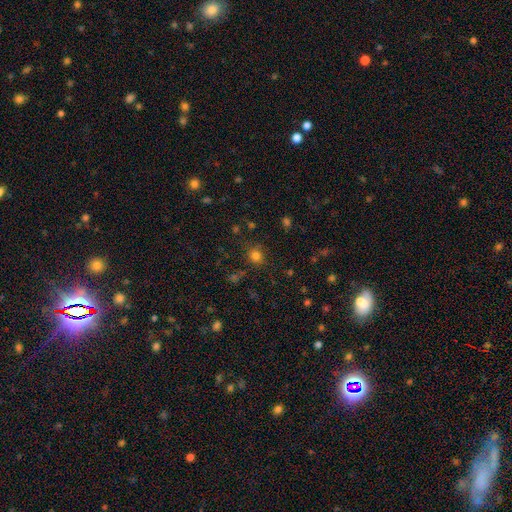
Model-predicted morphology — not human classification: A smooth galaxy with no disk features (77%) that is round (84%). Merging: none (81%).